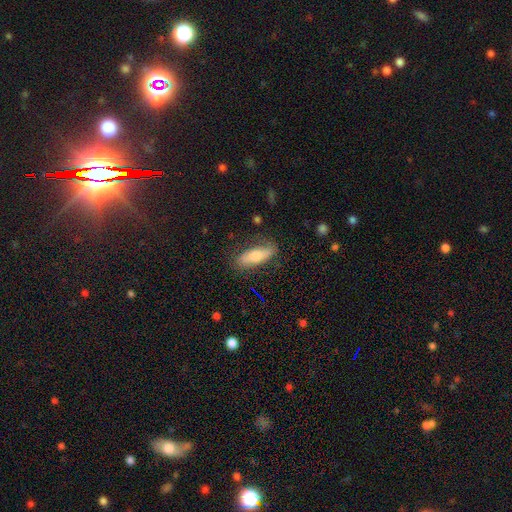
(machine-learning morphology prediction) smooth_or_featured: smooth (p=0.62) [alt: featured or disk p=0.32]
how_rounded: in between (p=0.56) [alt: cigar-shaped p=0.41]
merging: none (p=0.79) [alt: minor disturbance p=0.15]